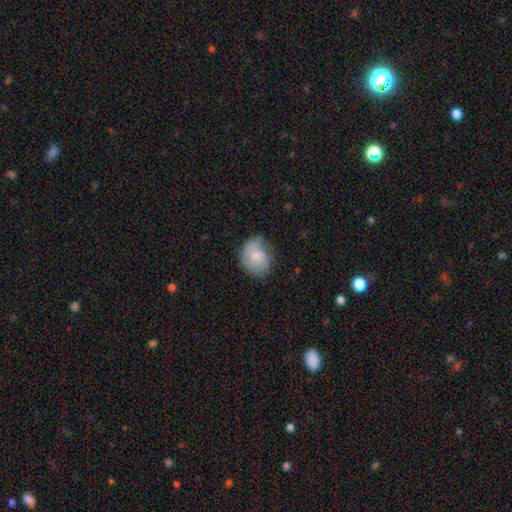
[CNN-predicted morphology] The model was most divided on "how rounded": in between: 51%, round: 48%, cigar-shaped: 1%. More confident: smooth or featured — smooth (59%); merging — none (52%).